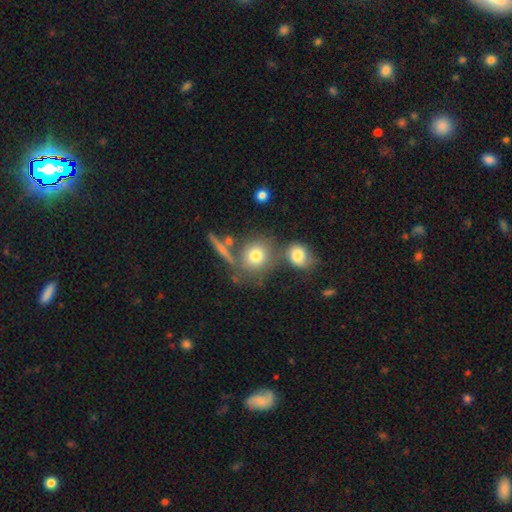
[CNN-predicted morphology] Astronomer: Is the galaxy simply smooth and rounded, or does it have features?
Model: smooth — 73%.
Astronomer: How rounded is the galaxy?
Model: round — 80%.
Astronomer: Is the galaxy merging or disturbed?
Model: none — 57%.